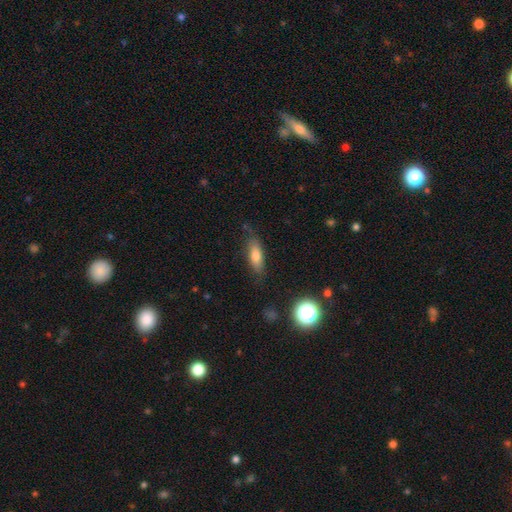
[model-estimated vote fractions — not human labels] Smooth or featured?
  - smooth: 73% *
  - featured or disk: 18%
  - star or artifact: 9%
How rounded?
  - in between: 60% *
  - cigar-shaped: 37%
  - round: 3%
Merging?
  - none: 69% *
  - minor disturbance: 22%
  - major disturbance: 7%
  - merger: 2%